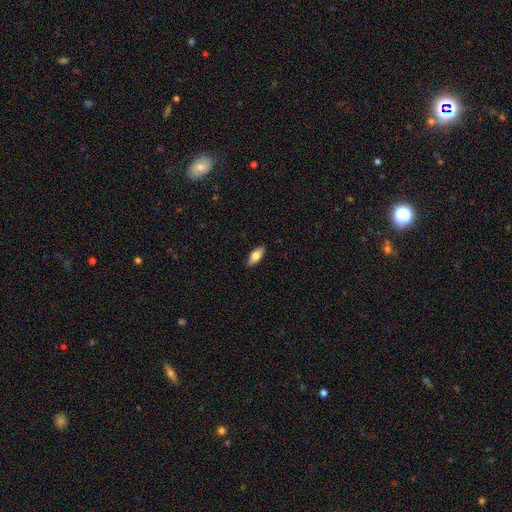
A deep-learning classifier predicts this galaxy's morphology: This appears to be a smooth galaxy with no disk features (77%) that is in between round and cigar-shaped (86%). Merging: none (89%).